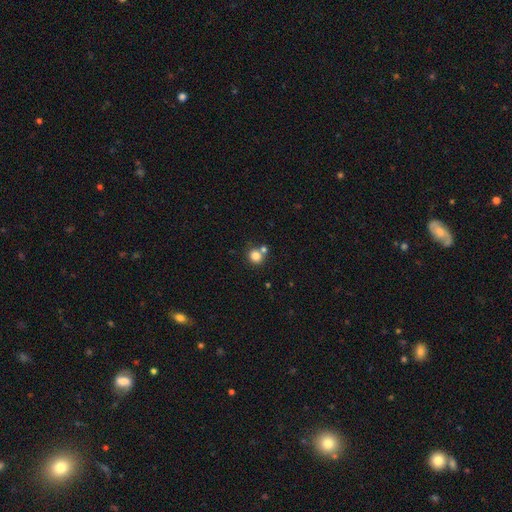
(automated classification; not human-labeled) Morphology: type=smooth (83%); roundness=round (86%); merging=none (64%).